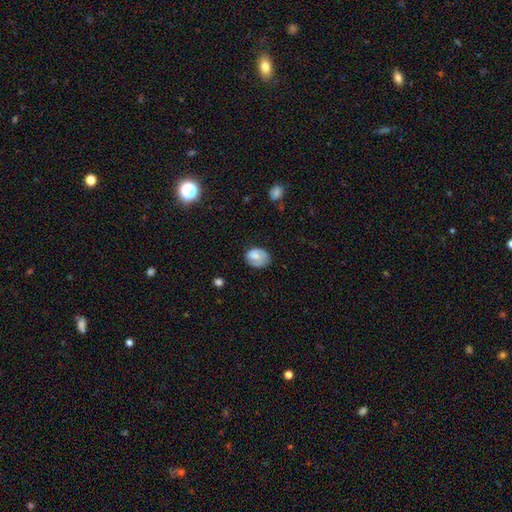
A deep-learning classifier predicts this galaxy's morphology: smooth-or-featured: smooth: 68% | featured or disk: 24% | star or artifact: 8%
  how-rounded: in between: 58% | round: 41% | cigar-shaped: 1%
  merging: none: 56% | minor disturbance: 30% | major disturbance: 12% | merger: 2%